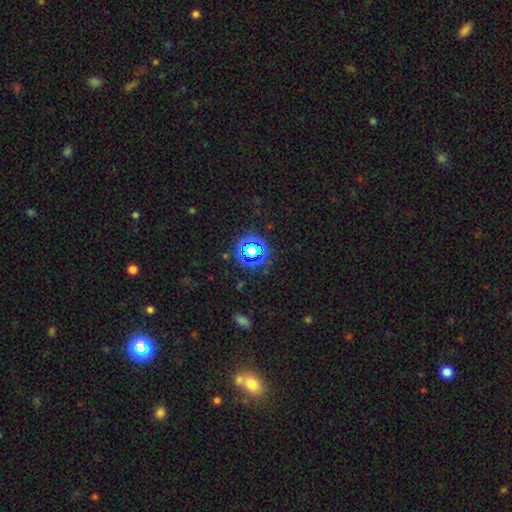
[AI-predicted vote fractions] Smooth or featured? star or artifact (70%)